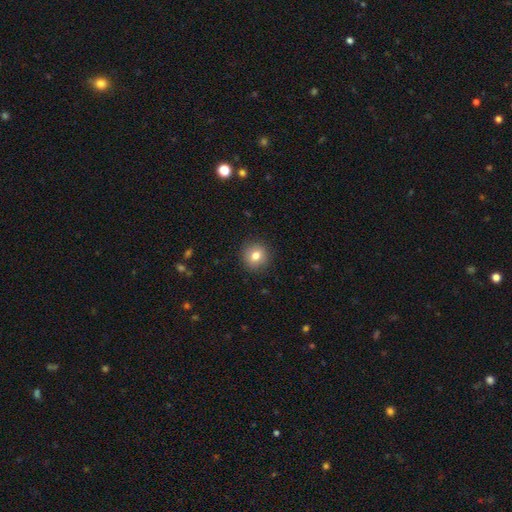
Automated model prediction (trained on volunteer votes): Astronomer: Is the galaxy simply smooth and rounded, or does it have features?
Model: smooth — 80%.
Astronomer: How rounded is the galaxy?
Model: round — 90%.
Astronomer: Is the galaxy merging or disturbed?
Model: none — 90%.